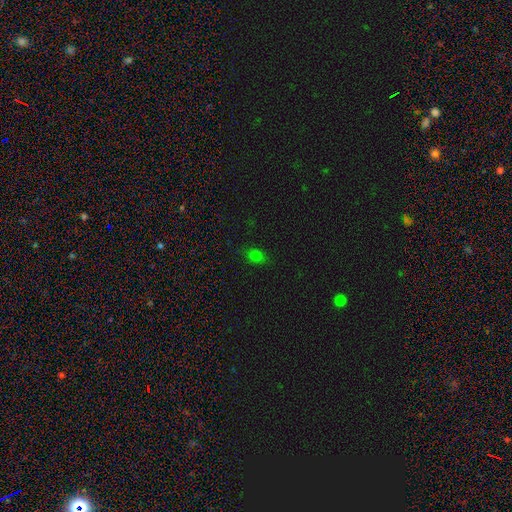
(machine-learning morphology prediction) smooth-or-featured: smooth: 73% | star or artifact: 20% | featured or disk: 6%
  how-rounded: in between: 58% | round: 40% | cigar-shaped: 2%
  merging: none: 84% | minor disturbance: 12% | major disturbance: 3% | merger: 1%